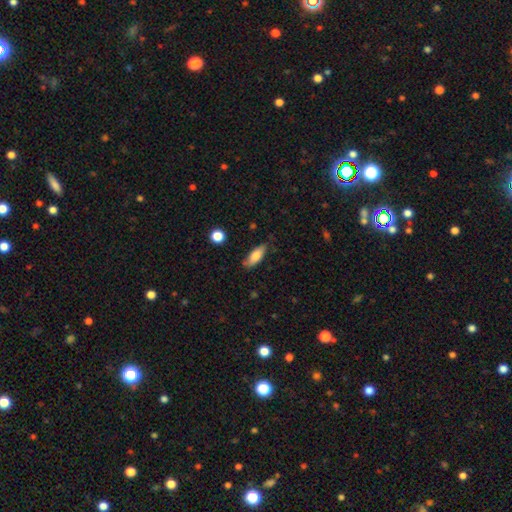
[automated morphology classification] A smooth galaxy with no disk features (80%) that is in between round and cigar-shaped (71%). Merging: none (76%).